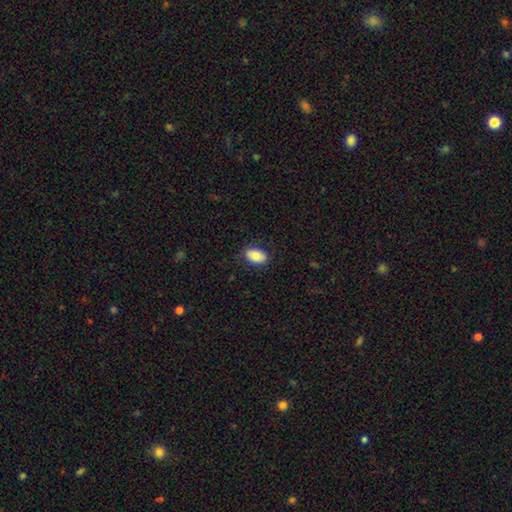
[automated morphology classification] Smooth or featured? Predicted: smooth (p=0.79). How rounded? Predicted: in between (p=0.89). Merging? Predicted: none (p=0.84).